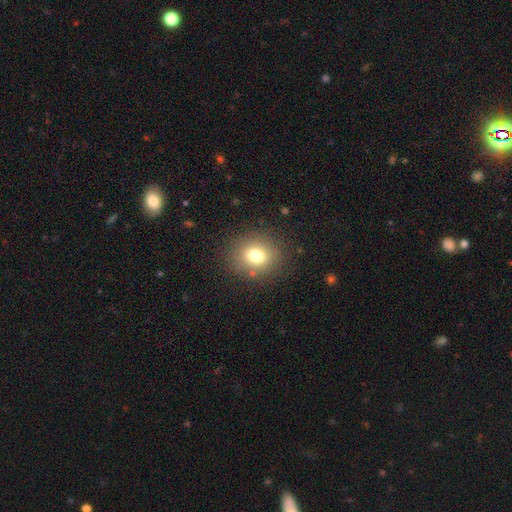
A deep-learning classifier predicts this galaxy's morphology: Overall: smooth (76%). How rounded: round (75%). Merging: none (85%).